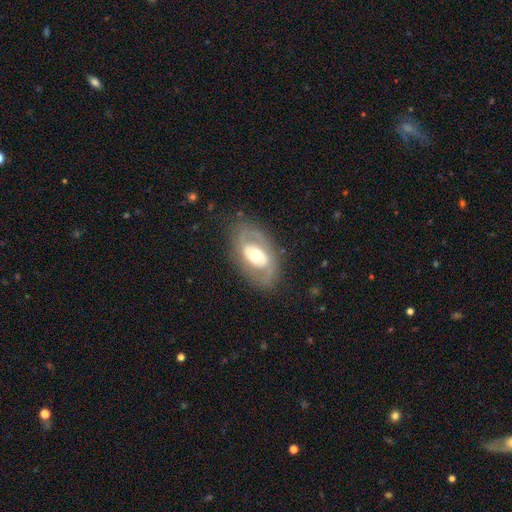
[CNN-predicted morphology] A featured or disk galaxy (71%) with no bar (59%), spiral arms (59%) and a moderate central bulge (64%). Merging: none (75%).